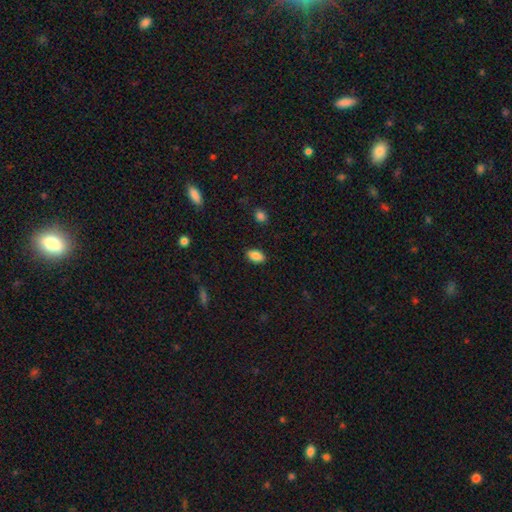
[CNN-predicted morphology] Smooth or featured?
  - smooth: 87% *
  - star or artifact: 8%
  - featured or disk: 5%
How rounded?
  - in between: 92% *
  - round: 6%
  - cigar-shaped: 3%
Merging?
  - none: 88% *
  - minor disturbance: 9%
  - major disturbance: 2%
  - merger: 1%